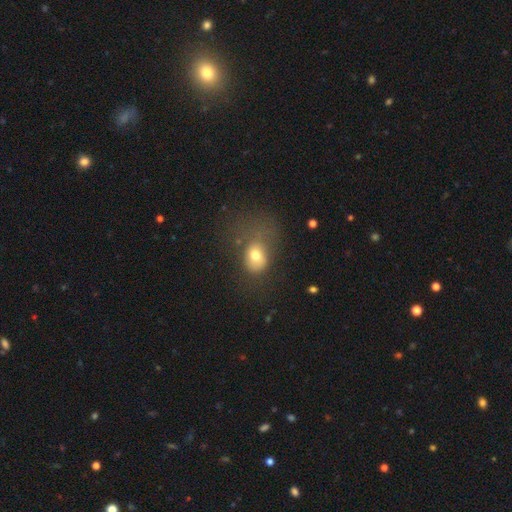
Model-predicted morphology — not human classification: Smooth or featured? smooth (71%)
How rounded? in between (62%)
Merging? major disturbance (42%)